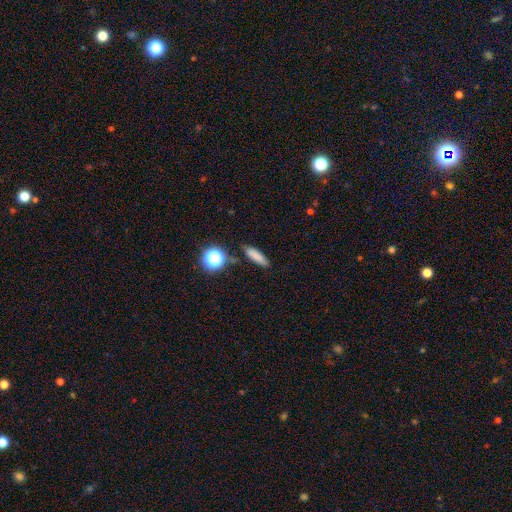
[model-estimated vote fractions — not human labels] Morphology: type=smooth (77%); roundness=cigar-shaped (59%); merging=none (81%).